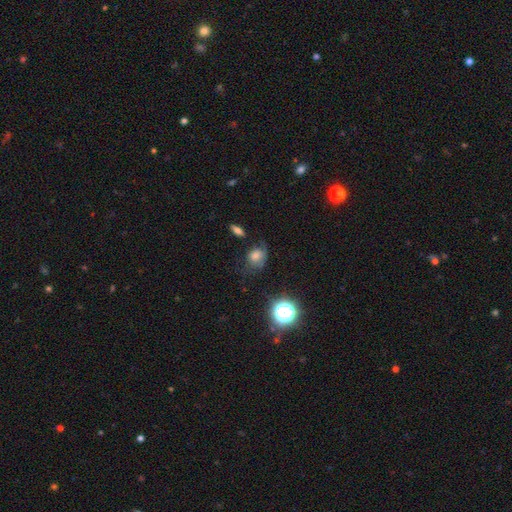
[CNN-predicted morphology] Smooth or featured? Predicted: smooth (p=0.69). How rounded? Predicted: in between (p=0.50). Merging? Predicted: none (p=0.44).